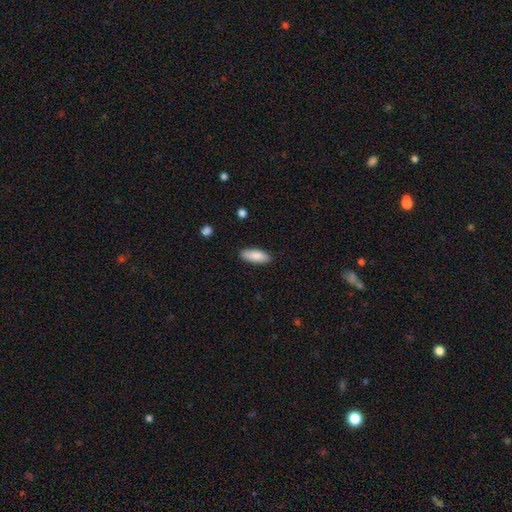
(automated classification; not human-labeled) Smooth or featured?
  - smooth: 87% *
  - featured or disk: 7%
  - star or artifact: 6%
How rounded?
  - in between: 68% *
  - cigar-shaped: 30%
  - round: 2%
Merging?
  - none: 87% *
  - minor disturbance: 9%
  - major disturbance: 2%
  - merger: 1%